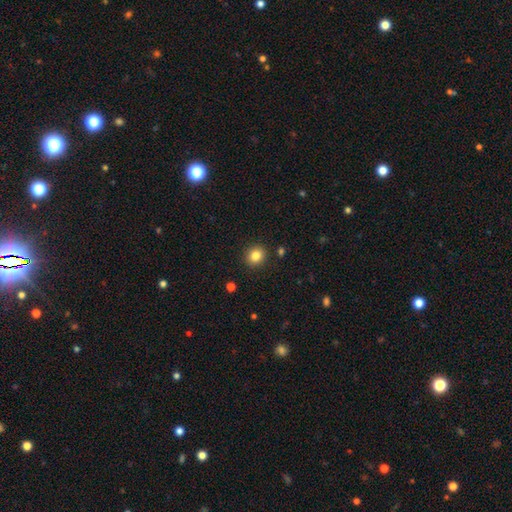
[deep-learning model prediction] Overall: smooth (83%). How rounded: round (79%). Merging: none (90%).